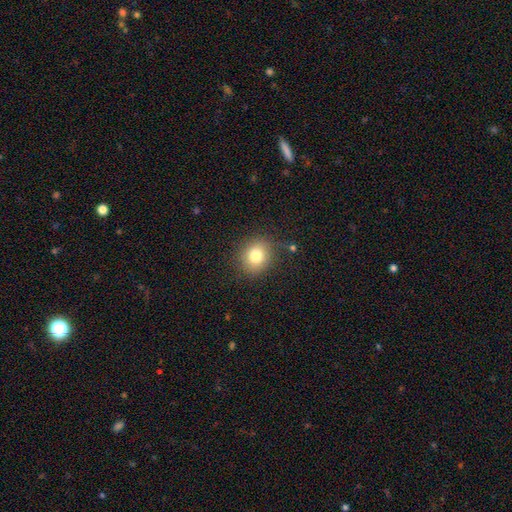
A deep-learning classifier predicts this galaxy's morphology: Smooth or featured? smooth (78%)
How rounded? round (77%)
Merging? none (83%)